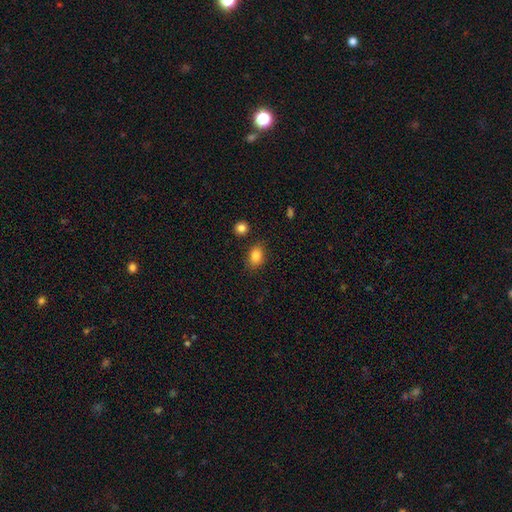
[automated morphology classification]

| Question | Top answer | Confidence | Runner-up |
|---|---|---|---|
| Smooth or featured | smooth | 85% | star or artifact (9%) |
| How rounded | in between | 70% | round (29%) |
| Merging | none | 82% | minor disturbance (12%) |